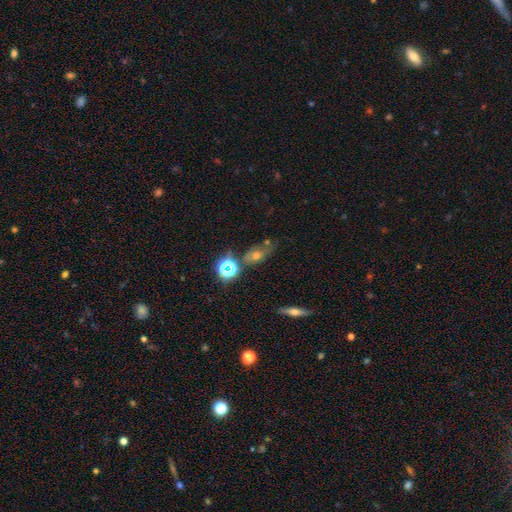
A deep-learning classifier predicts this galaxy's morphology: Q: Smooth or featured?
A: star or artifact (38%); runner-up: smooth (34%)